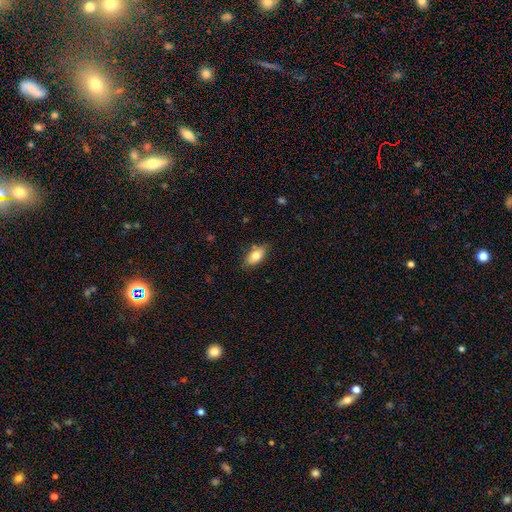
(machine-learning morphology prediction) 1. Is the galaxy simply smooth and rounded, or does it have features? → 79% smooth, 13% featured or disk, 7% star or artifact.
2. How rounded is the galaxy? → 90% in between, 5% round, 5% cigar-shaped.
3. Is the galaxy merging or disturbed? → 79% none, 16% minor disturbance, 3% major disturbance, 2% merger.